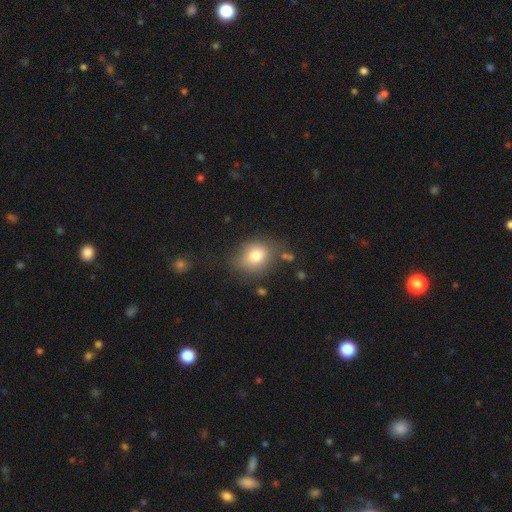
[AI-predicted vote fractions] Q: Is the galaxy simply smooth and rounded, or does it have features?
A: smooth — 79%.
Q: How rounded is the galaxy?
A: round — 57%.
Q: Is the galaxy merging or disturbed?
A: none — 69%.